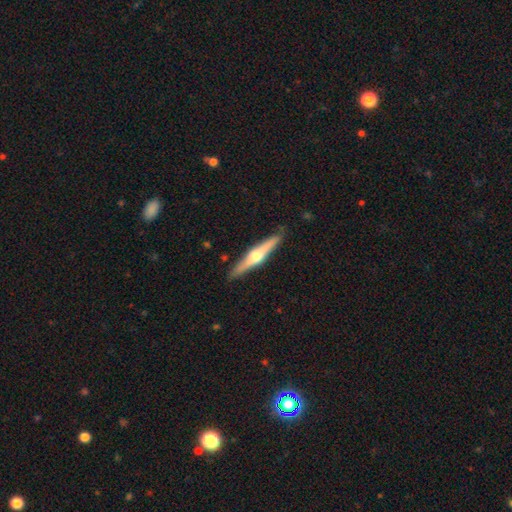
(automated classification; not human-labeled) Smooth or featured?
  - featured or disk: 69% *
  - smooth: 26%
  - star or artifact: 5%
Edge-on disk?
  - yes: 97% *
  - no: 3%
Edge-on bulge?
  - rounded: 93% *
  - boxy: 3%
  - none: 3%
Merging?
  - none: 89% *
  - minor disturbance: 8%
  - major disturbance: 2%
  - merger: 1%